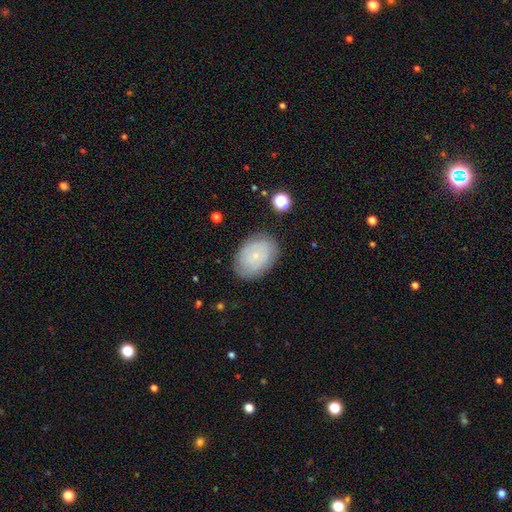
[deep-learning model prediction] Smooth or featured? Predicted: smooth (p=0.50). How rounded? Predicted: in between (p=0.80). Merging? Predicted: none (p=0.80).